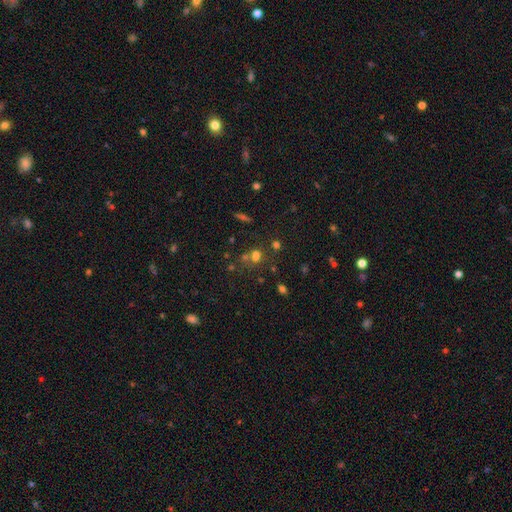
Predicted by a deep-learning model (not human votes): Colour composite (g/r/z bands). It shows a smooth galaxy with no disk features (59%) that is round (64%). Merging: none (53%).